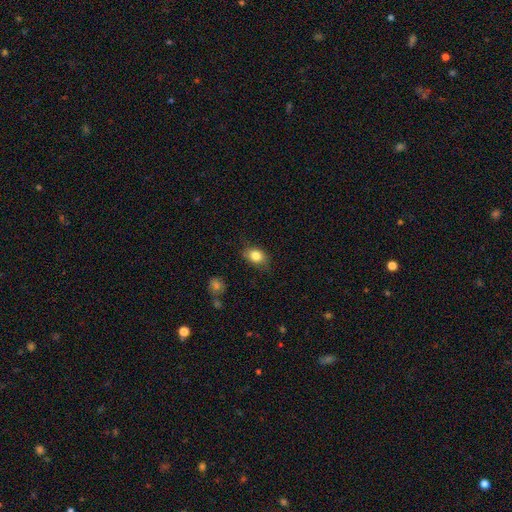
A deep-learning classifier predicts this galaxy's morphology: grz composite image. It shows a smooth galaxy with no disk features (82%) that is in between round and cigar-shaped (74%). Merging: none (73%).